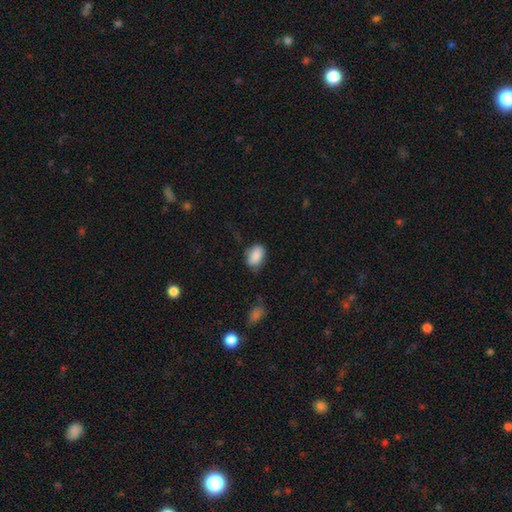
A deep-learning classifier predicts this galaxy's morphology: This is clearly a smooth galaxy (86%). How rounded: clearly in between (86%). Merging: likely none (68%).